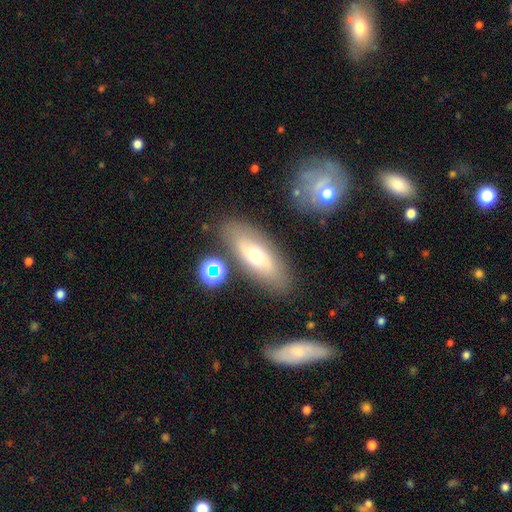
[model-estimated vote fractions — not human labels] Smooth or featured: smooth — 55% (featured or disk — 36%)
How rounded: in between — 74% (cigar-shaped — 23%)
Merging: none — 79% (minor disturbance — 12%)